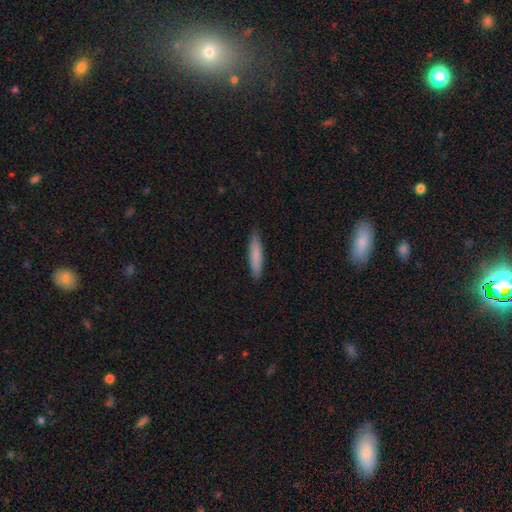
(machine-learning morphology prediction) A smooth galaxy with no disk features (82%) that is cigar-shaped (87%).

Vote fractions:
- Smooth or featured? smooth: 82% / featured or disk: 13% / star or artifact: 6%
- How rounded? cigar-shaped: 87% / in between: 12% / round: 1%
- Merging? none: 87% / minor disturbance: 10% / major disturbance: 2% / merger: 1%